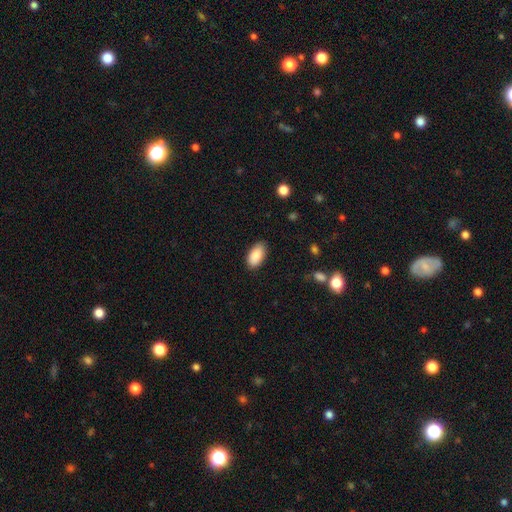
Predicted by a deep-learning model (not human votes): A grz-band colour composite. It shows a smooth galaxy with no disk features (88%) that is in between round and cigar-shaped (94%). Merging: none (84%).